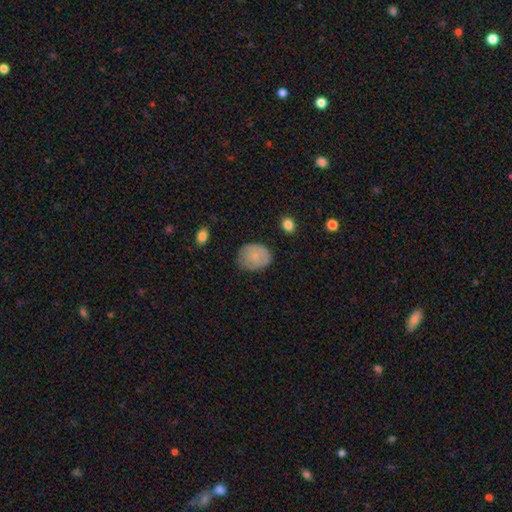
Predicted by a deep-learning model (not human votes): Smooth or featured? smooth (74%)
How rounded? in between (54%)
Merging? none (67%)